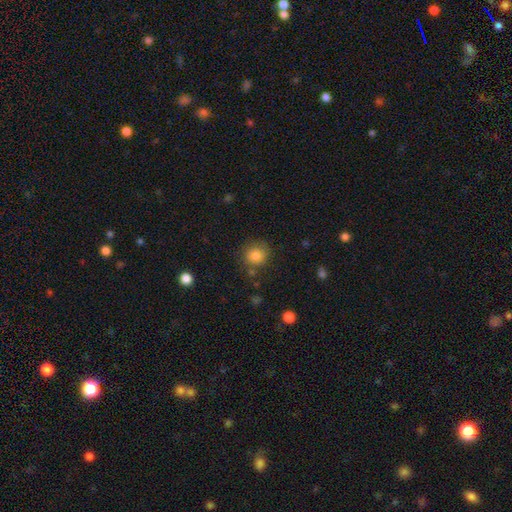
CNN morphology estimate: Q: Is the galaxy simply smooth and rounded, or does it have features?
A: smooth — 84%.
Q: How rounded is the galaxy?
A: round — 88%.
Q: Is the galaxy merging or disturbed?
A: none — 79%.